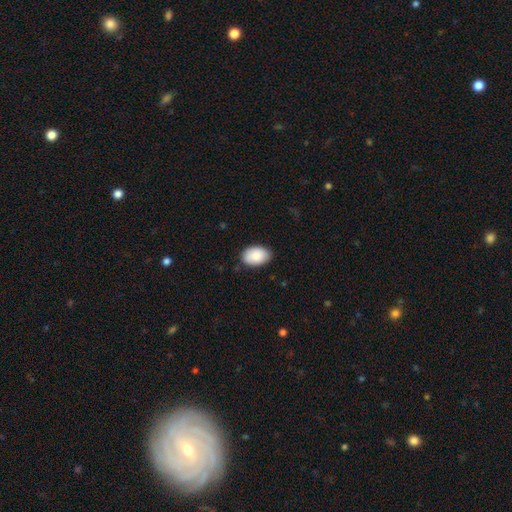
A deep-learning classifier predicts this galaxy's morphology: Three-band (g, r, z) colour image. It shows a smooth galaxy with no disk features (87%) that is in between round and cigar-shaped (89%). Merging: none (83%).